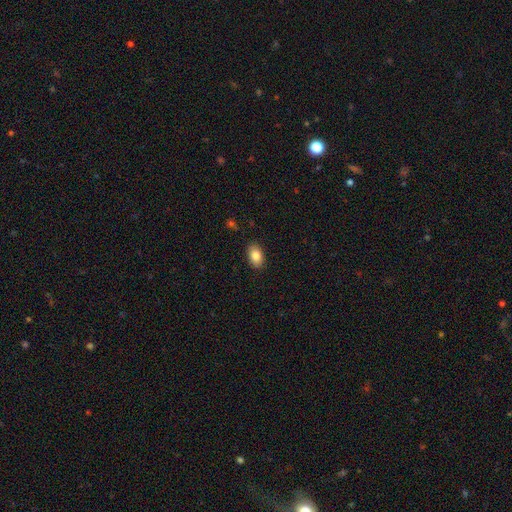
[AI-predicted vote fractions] This appears to be a smooth galaxy with no disk features (85%) that is in between round and cigar-shaped (89%). Merging: none (88%).